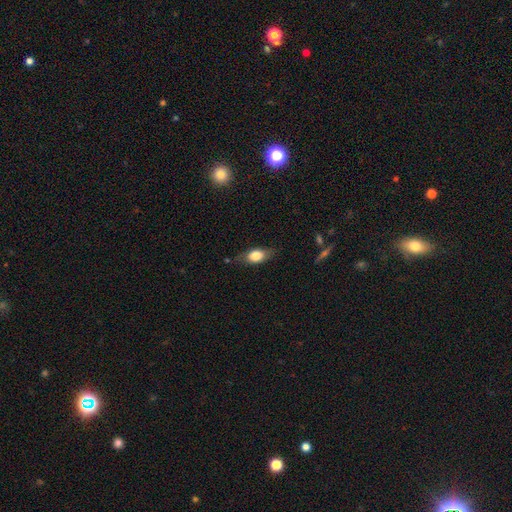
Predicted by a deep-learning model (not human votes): Q: Smooth or featured?
A: smooth (69%); runner-up: featured or disk (23%)
Q: How rounded?
A: in between (79%); runner-up: cigar-shaped (11%)
Q: Merging?
A: none (72%); runner-up: minor disturbance (21%)